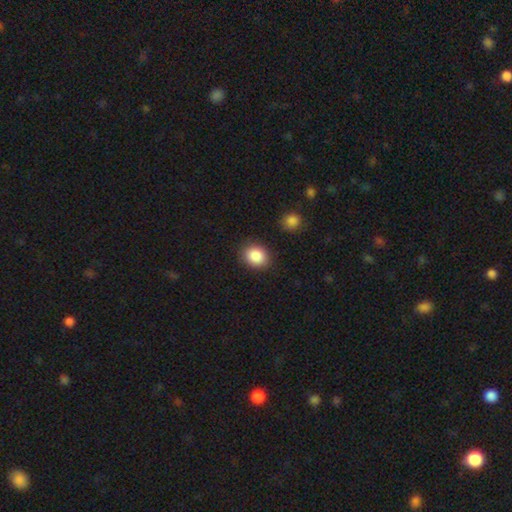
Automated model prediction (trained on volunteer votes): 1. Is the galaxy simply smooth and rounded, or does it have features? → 87% smooth, 8% star or artifact, 4% featured or disk.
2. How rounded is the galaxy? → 52% round, 47% in between, 1% cigar-shaped.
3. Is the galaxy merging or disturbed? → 87% none, 9% minor disturbance, 2% major disturbance, 2% merger.